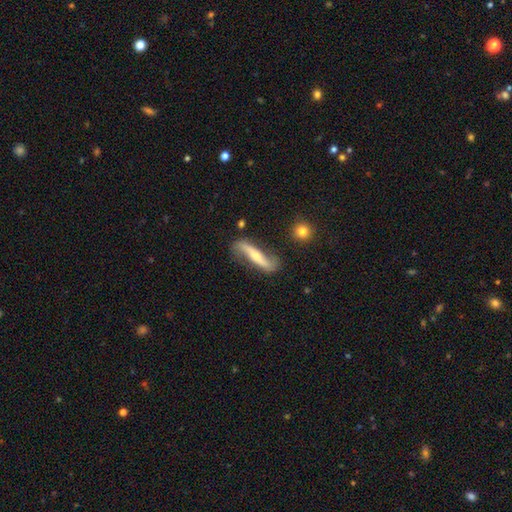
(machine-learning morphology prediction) smooth_or_featured: featured or disk (p=0.68) [alt: smooth p=0.26]
disk_edge_on: no (p=0.52) [alt: yes p=0.48]
merging: none (p=0.71) [alt: minor disturbance p=0.19]